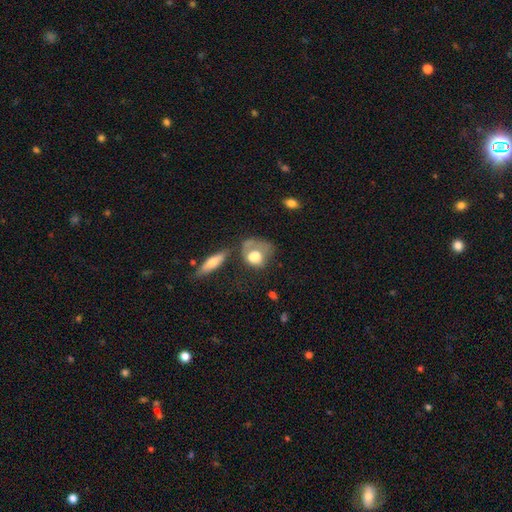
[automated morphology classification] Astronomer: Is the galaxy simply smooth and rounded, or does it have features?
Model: smooth — 61%.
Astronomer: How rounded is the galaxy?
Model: in between — 55% (runner-up: round, 43%).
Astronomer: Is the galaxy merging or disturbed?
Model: major disturbance — 34% (runner-up: none, 26%).